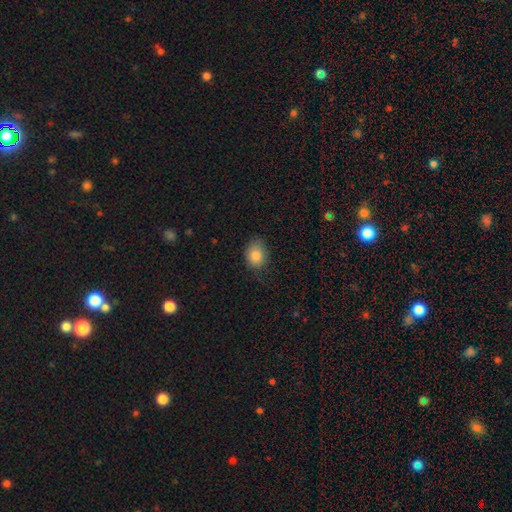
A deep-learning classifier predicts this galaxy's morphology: Overall: smooth (83%). How rounded: in between (54%; round 46%). Merging: none (74%).